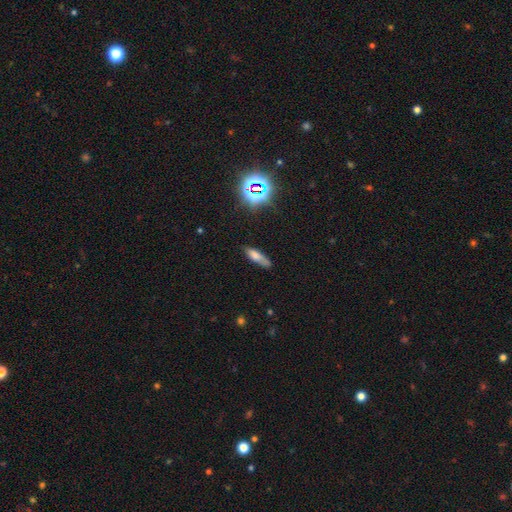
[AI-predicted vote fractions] Overall: smooth (67%). How rounded: in between (48%, tied with cigar-shaped). Merging: none (58%; minor disturbance 28%).